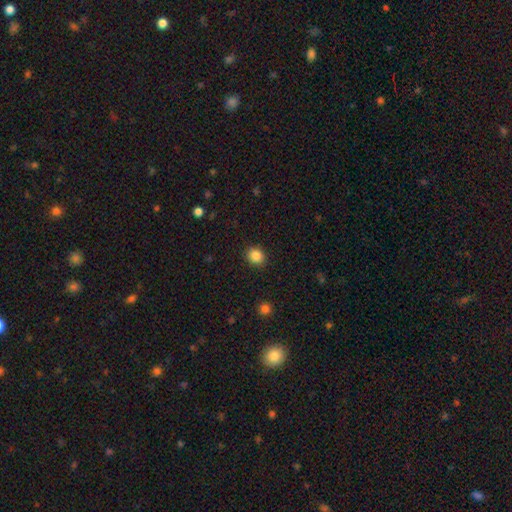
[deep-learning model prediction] This is clearly a smooth galaxy (86%). How rounded: likely round (72%). Merging: clearly none (90%).